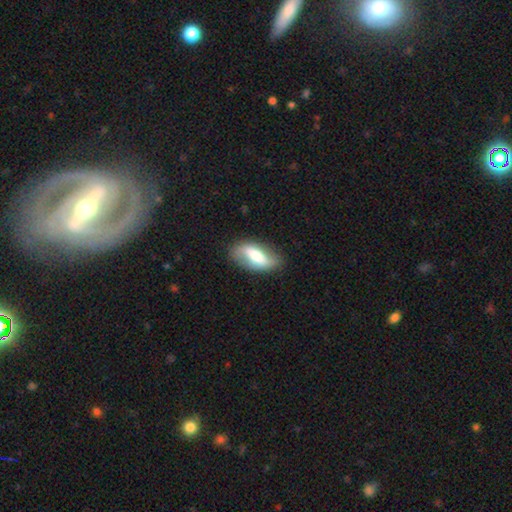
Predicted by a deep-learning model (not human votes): Smooth or featured? featured or disk (49%)
Merging? none (79%)